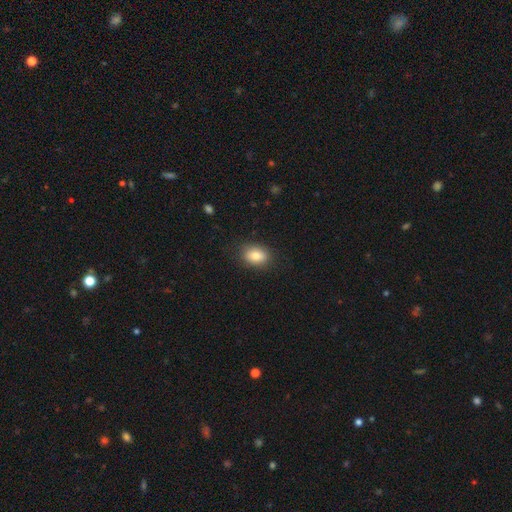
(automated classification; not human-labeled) The model was most divided on "how rounded": in between: 70%, round: 28%, cigar-shaped: 1%. More confident: merging — none (85%); smooth or featured — smooth (81%).